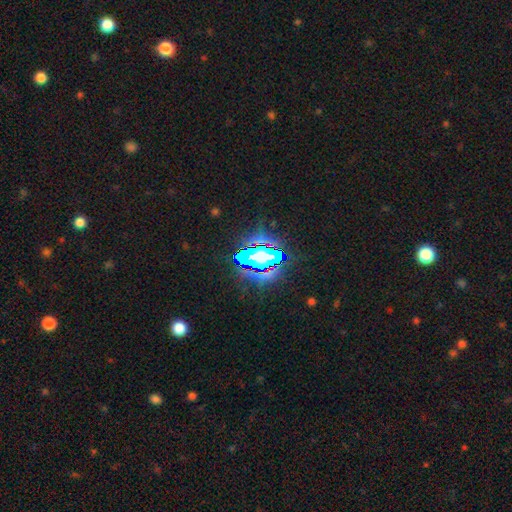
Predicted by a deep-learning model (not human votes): This is clearly a star or artifact rather than a galaxy (81%).